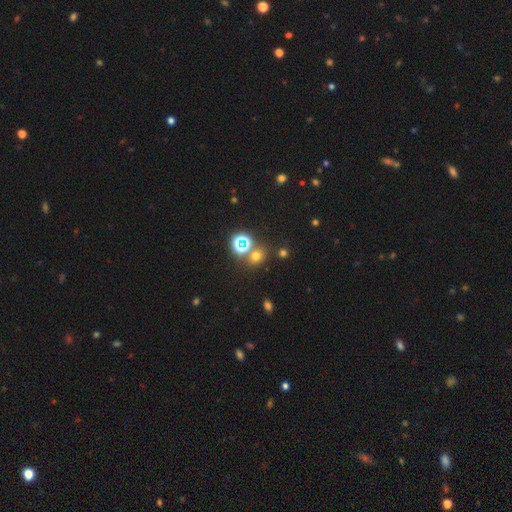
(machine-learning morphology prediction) This appears to be a smooth galaxy with no disk features (55%) that is round (73%). Merging: none (74%).